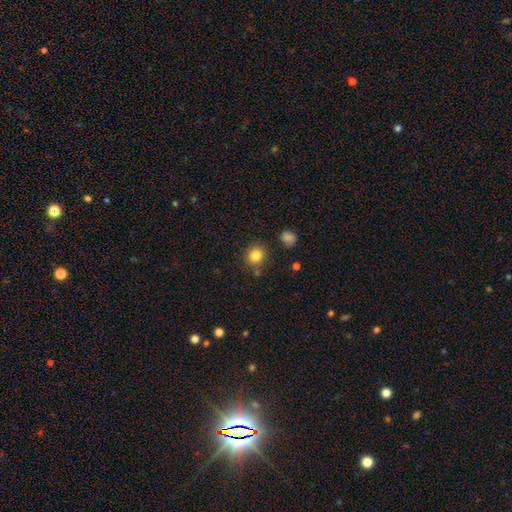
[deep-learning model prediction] Smooth or featured?
  - smooth: 83% *
  - star or artifact: 11%
  - featured or disk: 6%
How rounded?
  - round: 84% *
  - in between: 15%
  - cigar-shaped: 1%
Merging?
  - none: 80% *
  - minor disturbance: 11%
  - merger: 5%
  - major disturbance: 3%